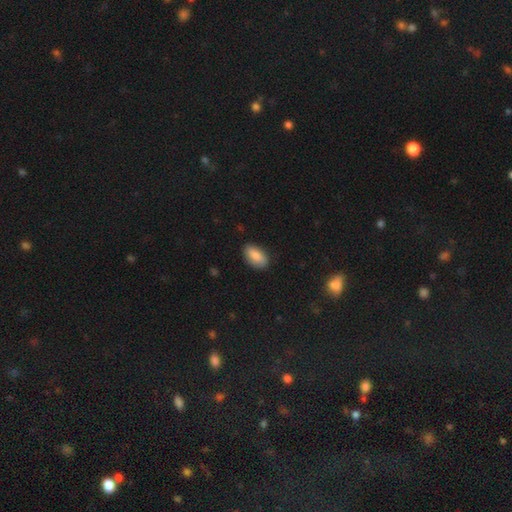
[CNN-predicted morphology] Smooth or featured? Predicted: smooth (p=0.87). How rounded? Predicted: in between (p=0.93). Merging? Predicted: none (p=0.84).